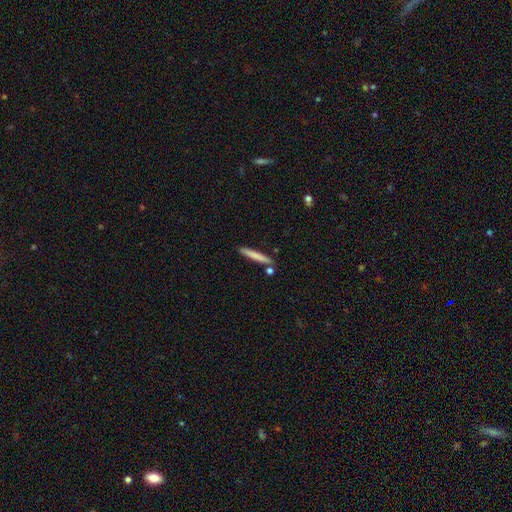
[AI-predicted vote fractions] A smooth galaxy with no disk features (74%) that is cigar-shaped (95%). Merging: none (84%).